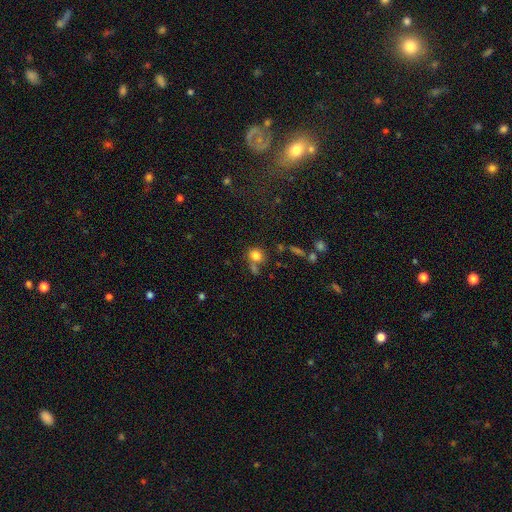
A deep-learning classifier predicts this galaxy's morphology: Smooth or featured: smooth — 81% (star or artifact — 12%)
How rounded: round — 78% (in between — 20%)
Merging: none — 60% (merger — 21%)